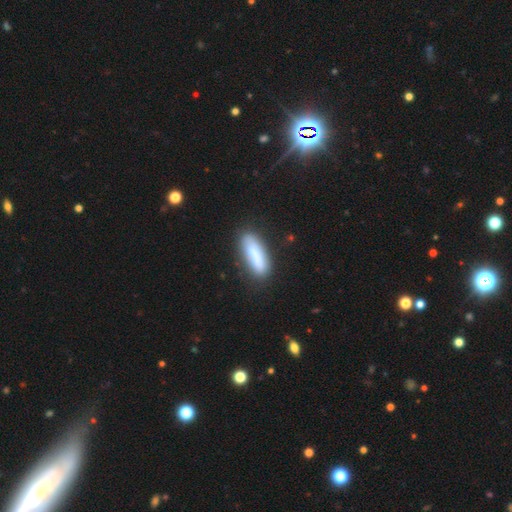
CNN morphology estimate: This appears to be a smooth galaxy with no disk features (80%) that is cigar-shaped (52%). Merging: none (80%).